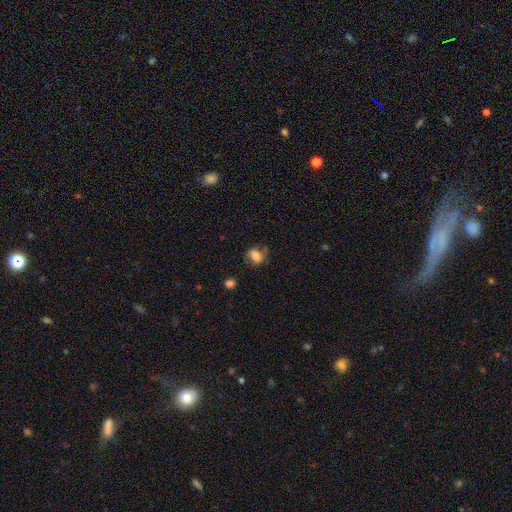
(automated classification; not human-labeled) A smooth galaxy with no disk features (72%) that is in between round and cigar-shaped (65%).

Vote fractions:
- Smooth or featured? smooth: 72% / featured or disk: 18% / star or artifact: 10%
- How rounded? in between: 65% / round: 33% / cigar-shaped: 2%
- Merging? none: 61% / minor disturbance: 25% / major disturbance: 11% / merger: 3%